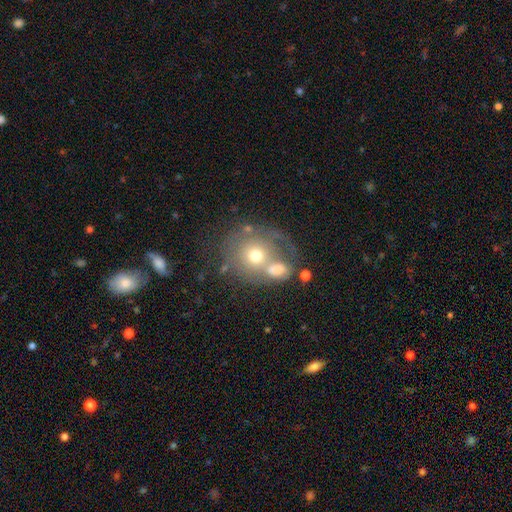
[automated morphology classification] A smooth galaxy with no disk features (56%) that is round (76%). Merging: merger (43%).